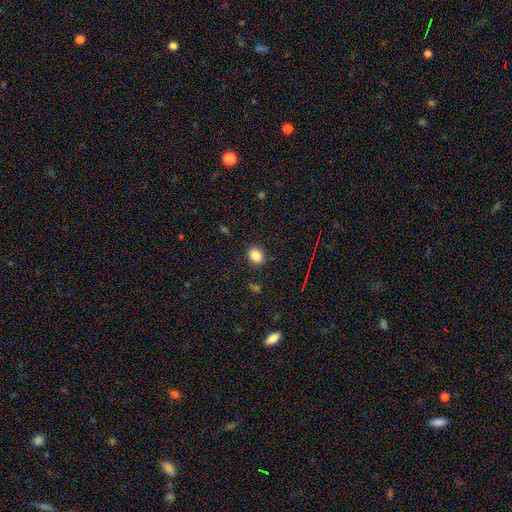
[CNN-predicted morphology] A smooth galaxy with no disk features (83%) that is round (52%).

Vote fractions:
- Smooth or featured? smooth: 83% / star or artifact: 11% / featured or disk: 5%
- How rounded? round: 52% / in between: 47% / cigar-shaped: 1%
- Merging? none: 87% / minor disturbance: 9% / major disturbance: 2% / merger: 2%